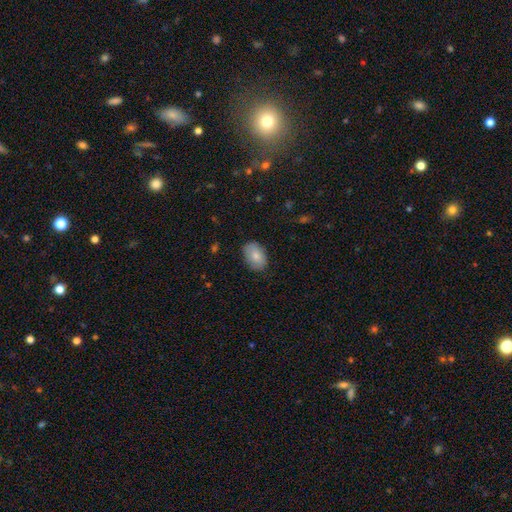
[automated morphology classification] Q: Smooth or featured?
A: smooth (81%); runner-up: featured or disk (12%)
Q: How rounded?
A: in between (85%); runner-up: round (14%)
Q: Merging?
A: none (83%); runner-up: minor disturbance (13%)